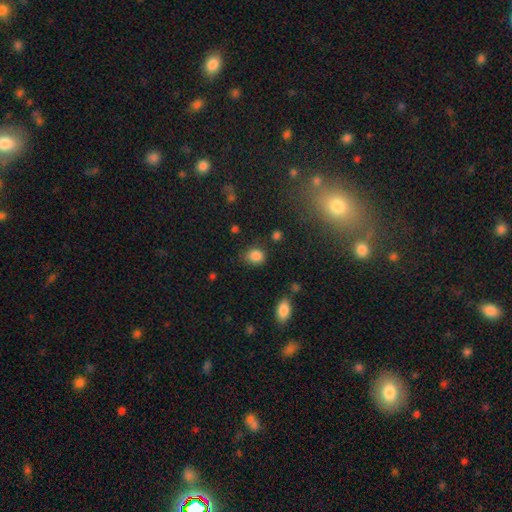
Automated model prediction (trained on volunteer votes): This appears to be a smooth galaxy with no disk features (84%) that is round (57%). Merging: none (72%).